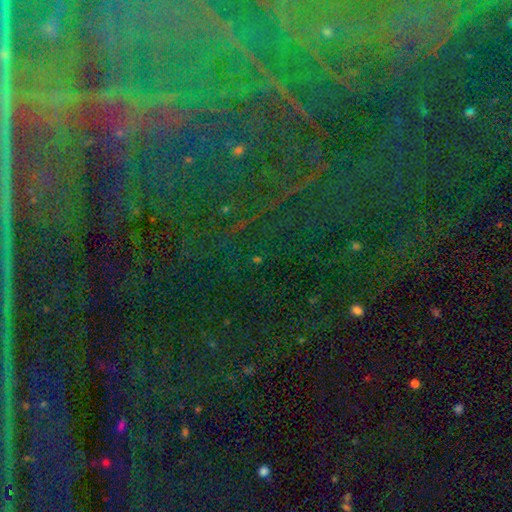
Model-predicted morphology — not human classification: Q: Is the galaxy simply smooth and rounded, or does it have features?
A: star or artifact — 81%.